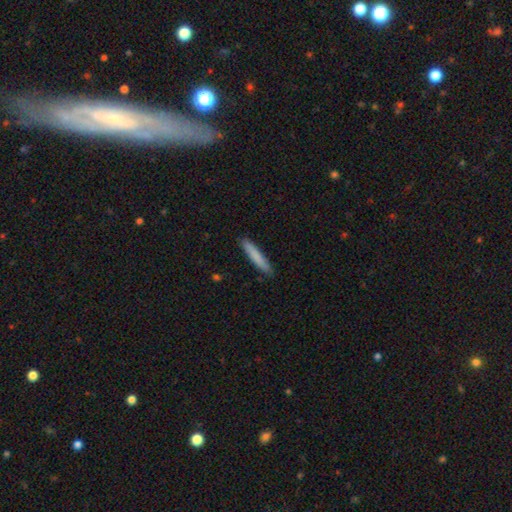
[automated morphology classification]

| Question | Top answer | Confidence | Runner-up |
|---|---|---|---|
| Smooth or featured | smooth | 81% | featured or disk (14%) |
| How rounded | cigar-shaped | 93% | in between (6%) |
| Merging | none | 89% | minor disturbance (8%) |